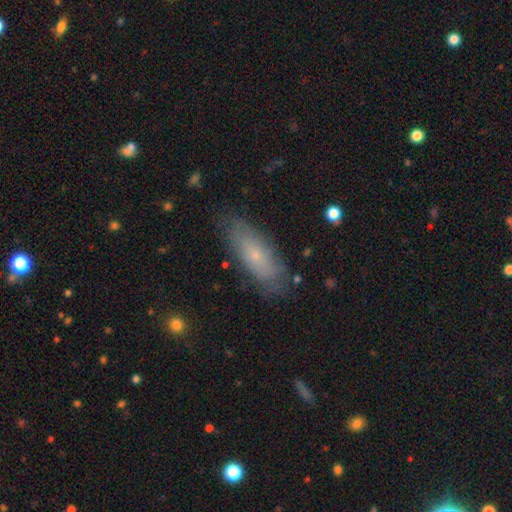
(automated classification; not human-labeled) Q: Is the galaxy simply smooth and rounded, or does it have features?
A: smooth — 59%.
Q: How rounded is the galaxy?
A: in between — 65%.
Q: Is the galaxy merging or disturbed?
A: none — 78%.